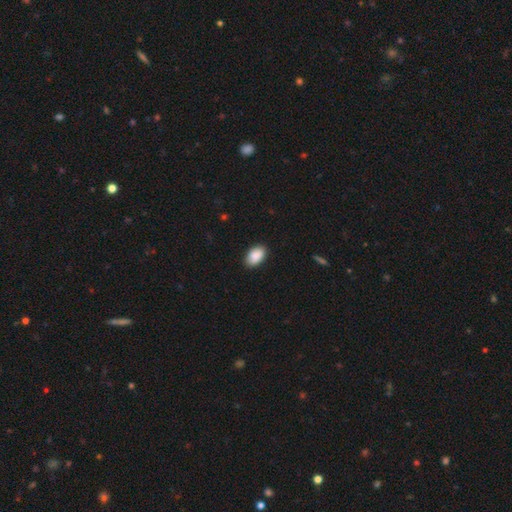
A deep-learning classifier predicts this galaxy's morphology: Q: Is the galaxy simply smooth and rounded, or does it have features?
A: smooth — 90%.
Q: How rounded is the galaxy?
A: in between — 94%.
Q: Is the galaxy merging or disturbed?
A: none — 88%.